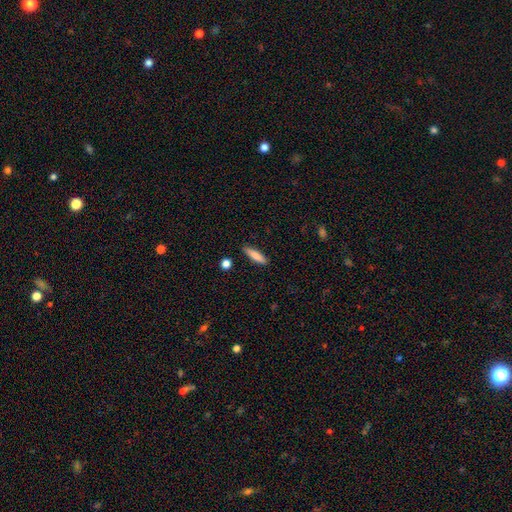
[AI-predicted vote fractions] This appears to be a smooth galaxy with no disk features (84%) that is cigar-shaped (71%). Merging: none (87%).